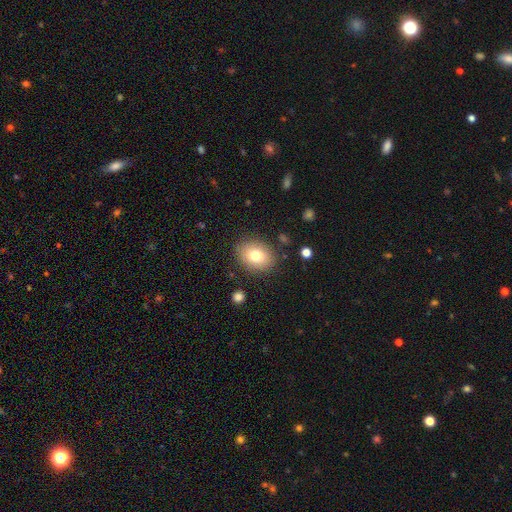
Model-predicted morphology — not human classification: Overall: smooth (77%). How rounded: in between (61%; round 38%). Merging: none (84%).